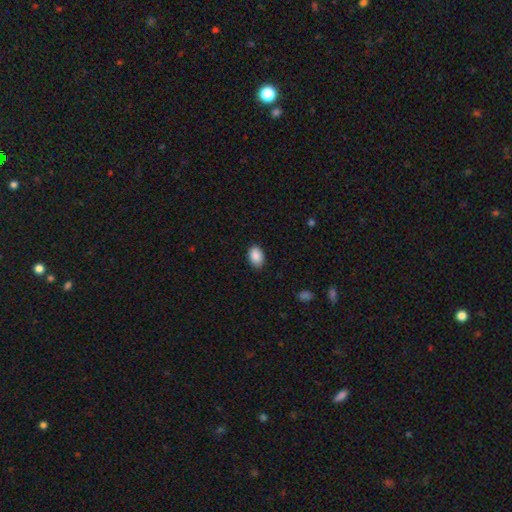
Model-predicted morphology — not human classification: Smooth or featured? smooth (89%)
How rounded? in between (85%)
Merging? none (83%)